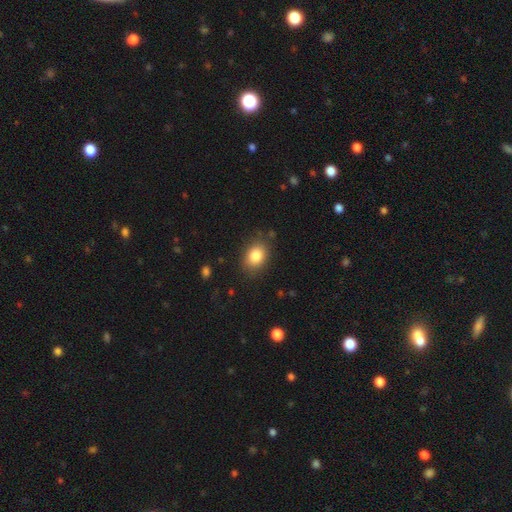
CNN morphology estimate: smooth 84%, star or artifact 9%, featured or disk 7%. Down the decision tree: how rounded — in between (66%); merging — none (83%).